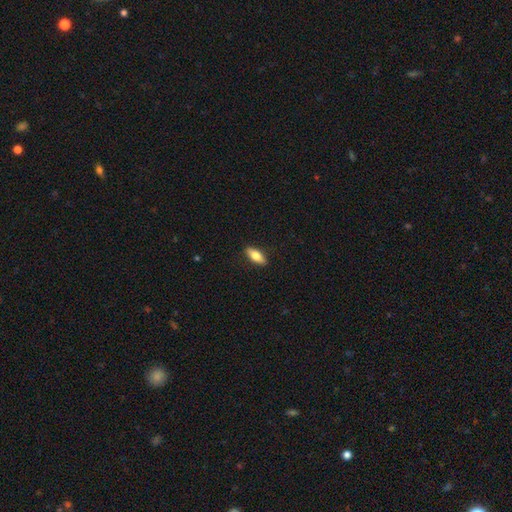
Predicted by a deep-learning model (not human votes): A smooth galaxy with no disk features (75%) that is in between round and cigar-shaped (75%). Merging: none (89%).